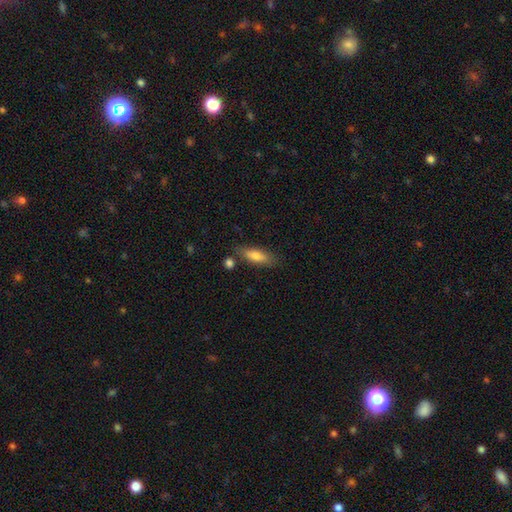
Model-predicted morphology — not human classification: This is likely a smooth galaxy (75%). How rounded: possibly in between (56%). Merging: likely none (76%).